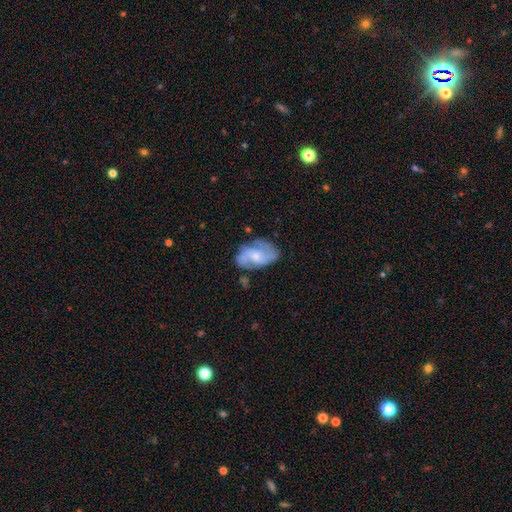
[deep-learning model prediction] A featured or disk galaxy (73%) with no bar (63%), 2 (53%) medium (49%) spiral arms (89%) and a small central bulge (51%). Merging: none (63%).